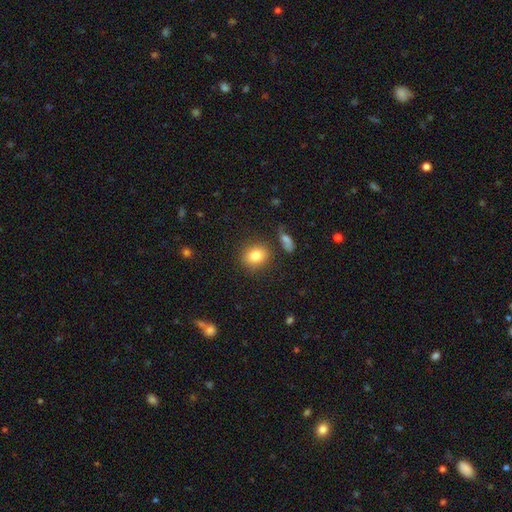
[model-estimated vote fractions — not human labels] The model was most divided on "how rounded": round: 67%, in between: 31%, cigar-shaped: 1%. More confident: merging — none (83%); smooth or featured — smooth (82%).